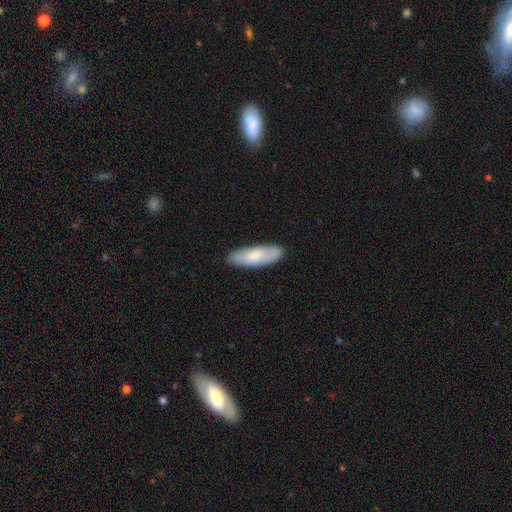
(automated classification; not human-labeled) Overall: smooth (74%). How rounded: in between (54%; cigar-shaped 45%). Merging: none (86%).